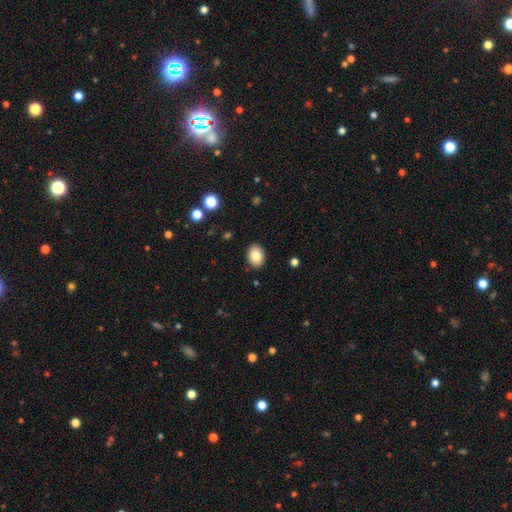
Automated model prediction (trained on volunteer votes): This appears to be a smooth galaxy with no disk features (84%) that is in between round and cigar-shaped (74%). Merging: none (89%).